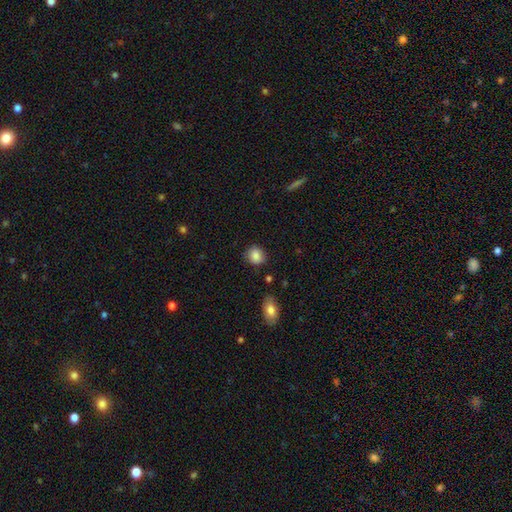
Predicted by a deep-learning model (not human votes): Smooth or featured? smooth (86%)
How rounded? round (72%)
Merging? none (79%)